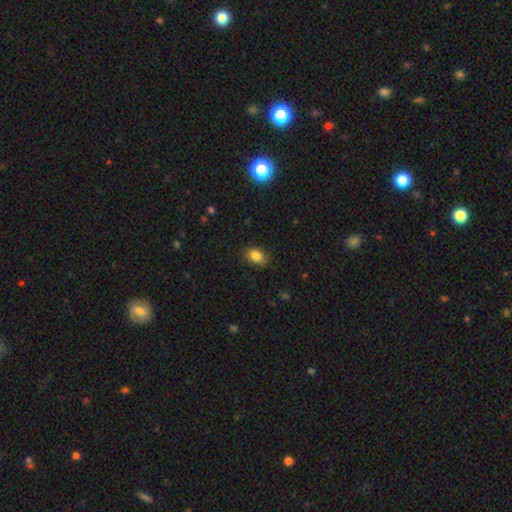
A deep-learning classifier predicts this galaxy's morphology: This is clearly a smooth galaxy (84%). How rounded: likely in between (77%). Merging: clearly none (82%).